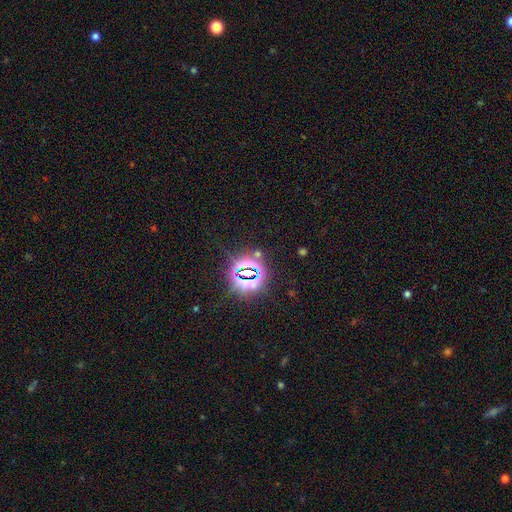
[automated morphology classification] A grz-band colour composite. It shows a star or artifact, not a galaxy (79%).